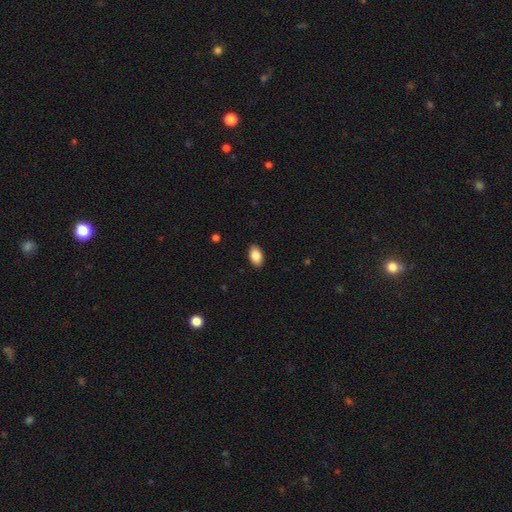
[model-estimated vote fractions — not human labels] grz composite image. It shows a smooth galaxy with no disk features (86%) that is in between round and cigar-shaped (92%). Merging: none (89%).